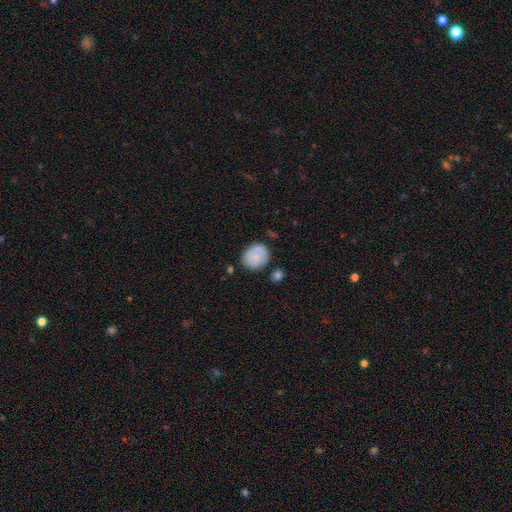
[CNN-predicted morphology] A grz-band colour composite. It shows a smooth galaxy with no disk features (81%) that is round (64%). Merging: none (72%).